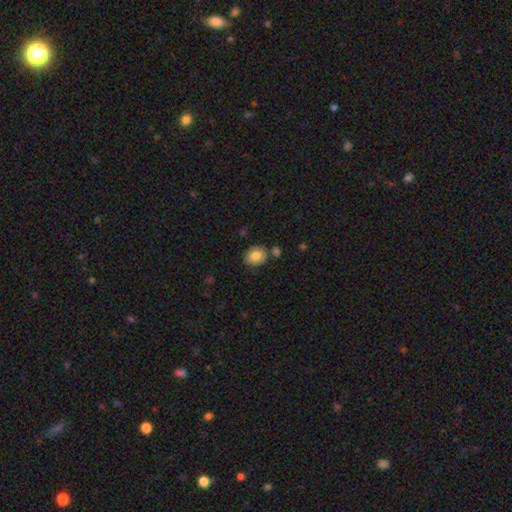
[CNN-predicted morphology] smooth-or-featured: smooth: 80% | featured or disk: 12% | star or artifact: 8%
  how-rounded: round: 52% | in between: 48% | cigar-shaped: 1%
  merging: none: 76% | minor disturbance: 13% | merger: 7% | major disturbance: 3%